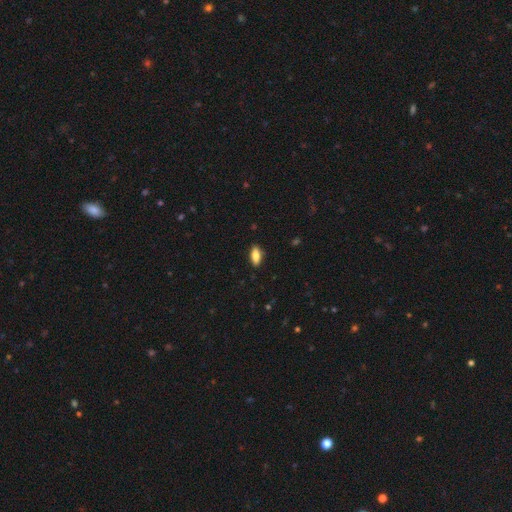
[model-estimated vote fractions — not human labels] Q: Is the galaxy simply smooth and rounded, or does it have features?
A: smooth — 83%.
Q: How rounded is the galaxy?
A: in between — 80%.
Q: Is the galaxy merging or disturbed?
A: none — 87%.